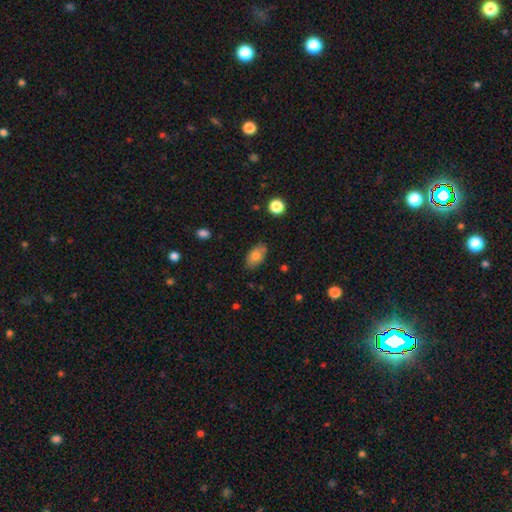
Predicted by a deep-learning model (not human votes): Smooth or featured?
  - smooth: 78% *
  - featured or disk: 14%
  - star or artifact: 8%
How rounded?
  - in between: 92% *
  - round: 6%
  - cigar-shaped: 3%
Merging?
  - none: 82% *
  - minor disturbance: 14%
  - major disturbance: 3%
  - merger: 1%